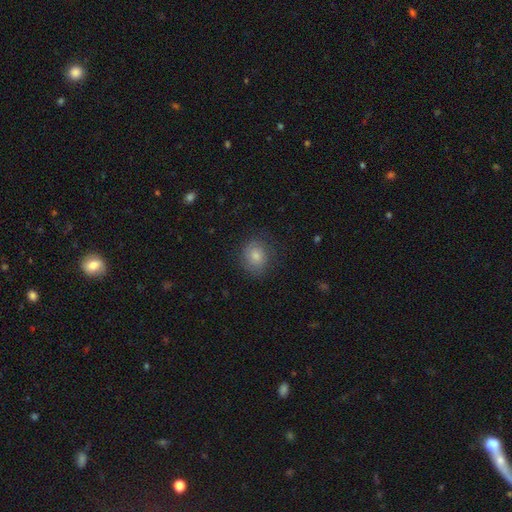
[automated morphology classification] smooth 62%, featured or disk 29%, star or artifact 10%. Down the decision tree: how rounded — round (75%); merging — none (78%).